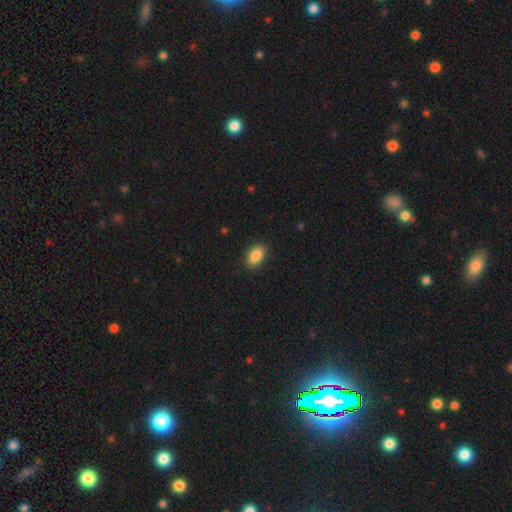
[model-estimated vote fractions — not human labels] Q: Smooth or featured?
A: smooth (87%); runner-up: star or artifact (8%)
Q: How rounded?
A: in between (90%); runner-up: round (8%)
Q: Merging?
A: none (88%); runner-up: minor disturbance (9%)